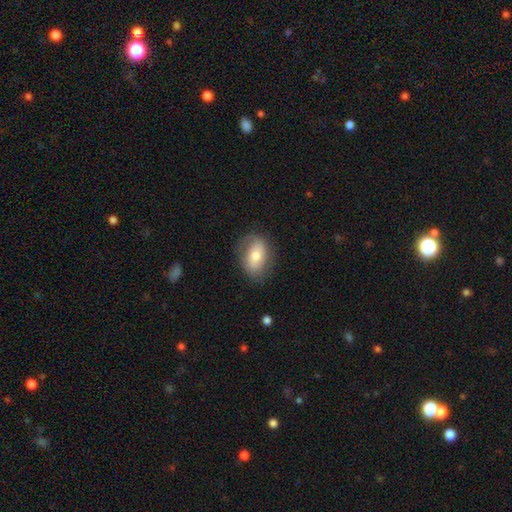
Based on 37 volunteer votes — smooth_or_featured: smooth (p=0.57) [alt: featured or disk p=0.43]
how_rounded: in between (p=0.86) [alt: round p=0.14]
merging: none (p=0.62) [alt: minor disturbance p=0.22]